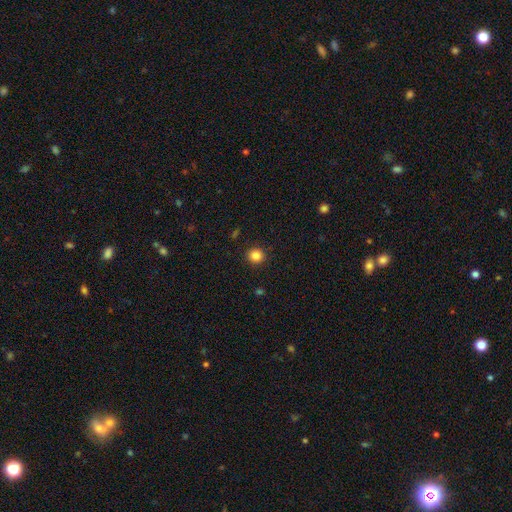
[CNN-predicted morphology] Overall: smooth (85%). How rounded: round (91%). Merging: none (92%).